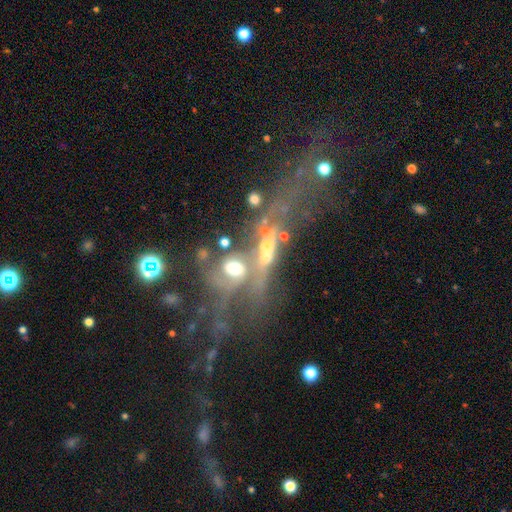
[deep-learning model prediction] A featured or disk galaxy (49%).

Vote fractions:
- Smooth or featured? featured or disk: 49% / star or artifact: 33% / smooth: 18%
- Merging? merger: 34% / major disturbance: 30% / none: 25% / minor disturbance: 11%